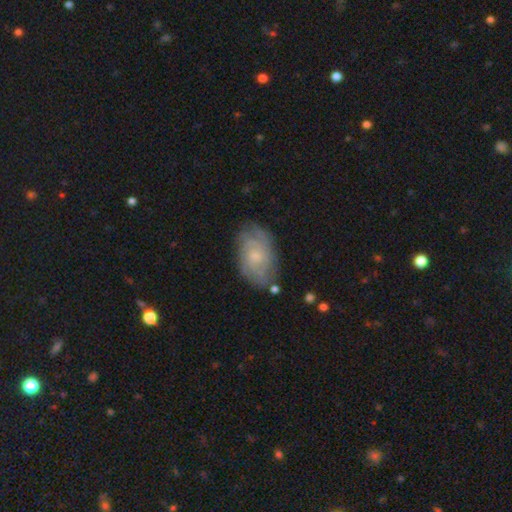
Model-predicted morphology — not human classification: type=featured or disk (64%); edge-on=no (96%); bar=no (75%); spiral arms=yes (88%); winding=tight (61%); arm count=can't tell (48%); bulge=small (59%); merging=none (73%).